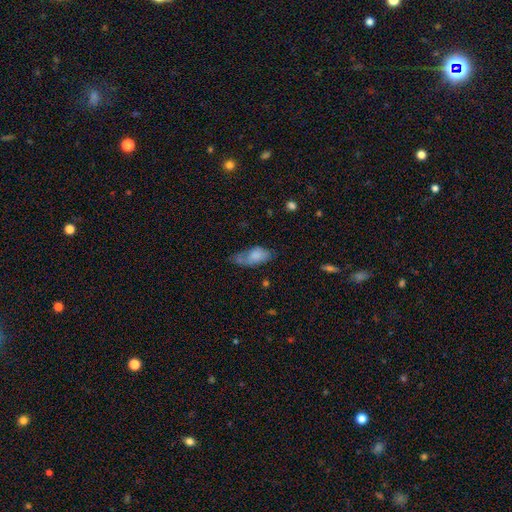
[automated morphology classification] smooth-or-featured: smooth: 73% | featured or disk: 19% | star or artifact: 7%
  how-rounded: in between: 88% | cigar-shaped: 9% | round: 3%
  merging: minor disturbance: 37% | none: 36% | major disturbance: 22% | merger: 5%